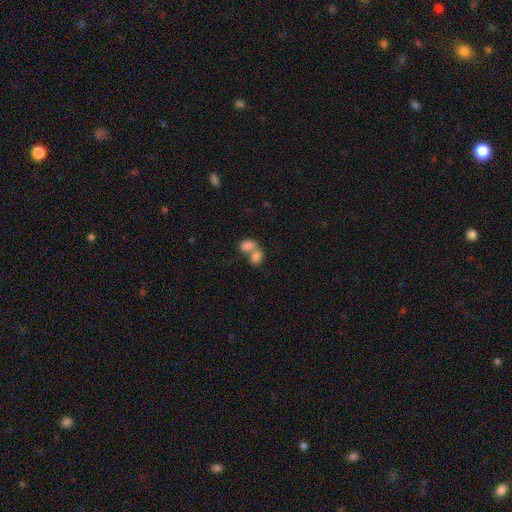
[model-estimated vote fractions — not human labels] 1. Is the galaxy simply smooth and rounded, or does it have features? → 80% smooth, 11% featured or disk, 9% star or artifact.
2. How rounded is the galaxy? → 65% in between, 34% round, 1% cigar-shaped.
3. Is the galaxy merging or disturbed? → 69% merger, 21% none, 6% minor disturbance, 4% major disturbance.